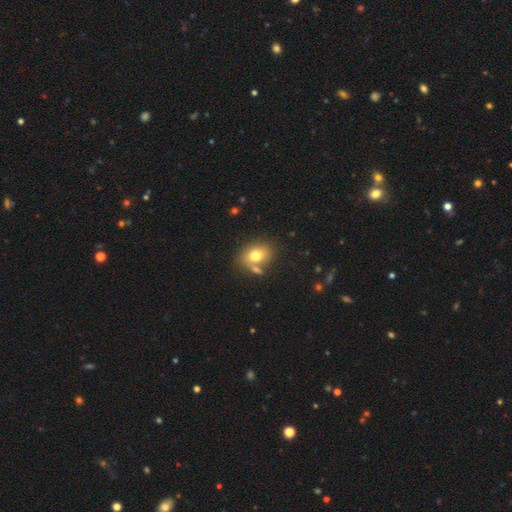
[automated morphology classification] smooth_or_featured: smooth (p=0.75) [alt: featured or disk p=0.15]
how_rounded: in between (p=0.55) [alt: round p=0.44]
merging: none (p=0.60) [alt: merger p=0.21]